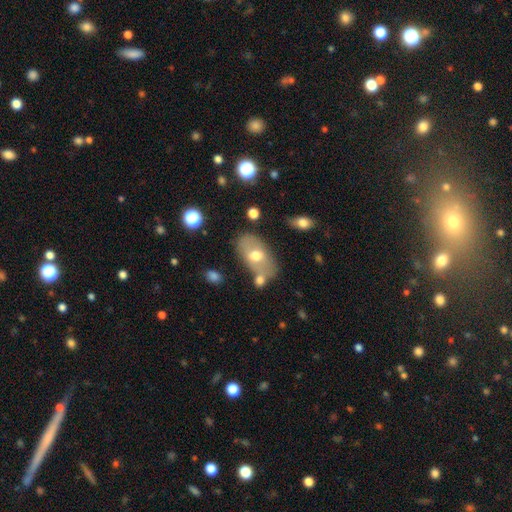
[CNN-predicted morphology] Smooth or featured: smooth — 56% (featured or disk — 36%)
How rounded: in between — 91% (round — 7%)
Merging: none — 60% (minor disturbance — 18%)